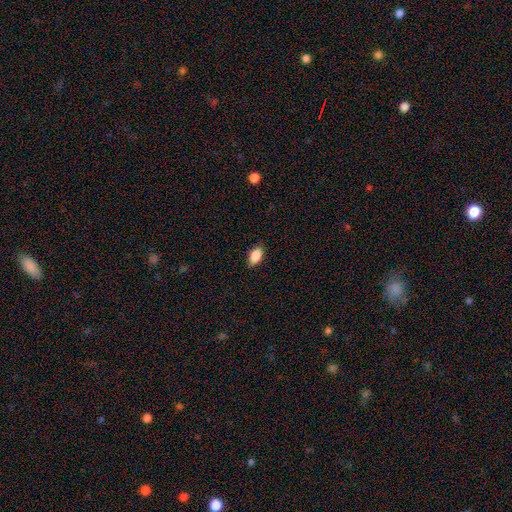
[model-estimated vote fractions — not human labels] A smooth galaxy with no disk features (86%) that is in between round and cigar-shaped (90%).

Vote fractions:
- Smooth or featured? smooth: 86% / star or artifact: 7% / featured or disk: 7%
- How rounded? in between: 90% / round: 5% / cigar-shaped: 5%
- Merging? none: 84% / minor disturbance: 13% / major disturbance: 2% / merger: 1%